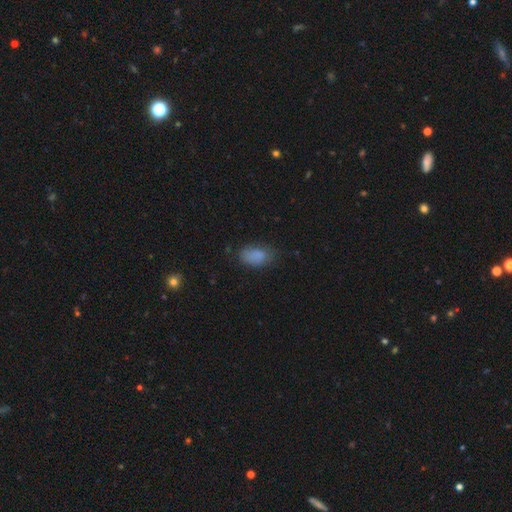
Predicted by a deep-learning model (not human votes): smooth 83%, star or artifact 10%, featured or disk 7%. Down the decision tree: how rounded — in between (90%); merging — none (67%).